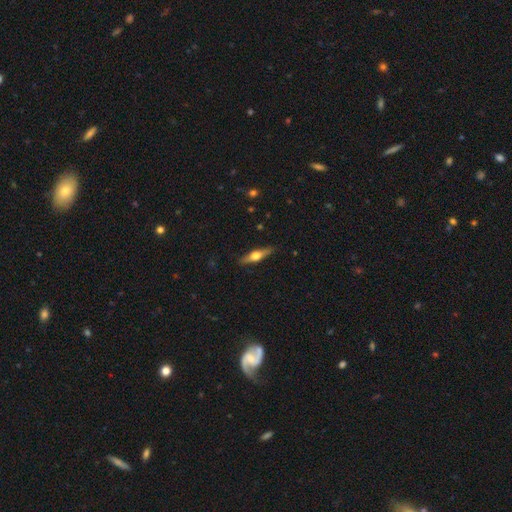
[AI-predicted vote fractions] Overall: featured or disk (61%; smooth 33%). Edge-on disk: yes (96%). Edge-on bulge: rounded (95%). Merging: none (88%).